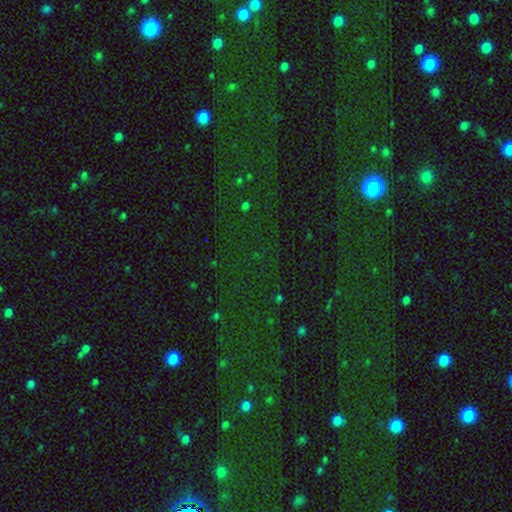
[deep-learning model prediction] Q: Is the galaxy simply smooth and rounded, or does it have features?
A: star or artifact — 72%.